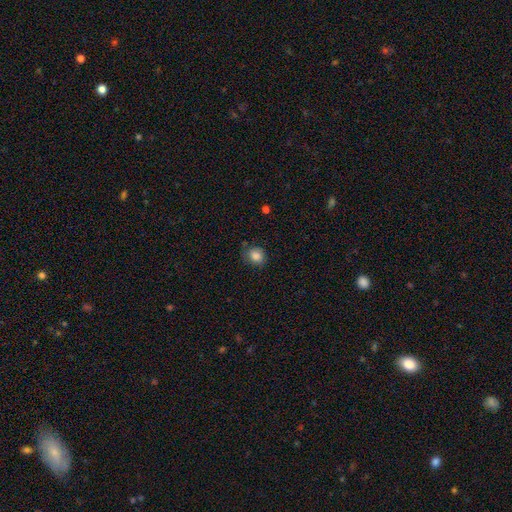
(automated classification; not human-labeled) Smooth or featured? Predicted: smooth (p=0.85). How rounded? Predicted: round (p=0.63). Merging? Predicted: none (p=0.69).